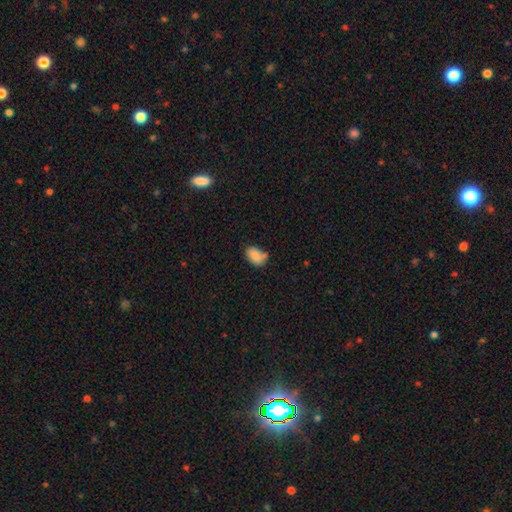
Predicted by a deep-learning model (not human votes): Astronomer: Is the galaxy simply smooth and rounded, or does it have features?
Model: smooth — 87%.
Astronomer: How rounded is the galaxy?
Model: in between — 88%.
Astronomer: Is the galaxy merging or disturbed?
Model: none — 63%.